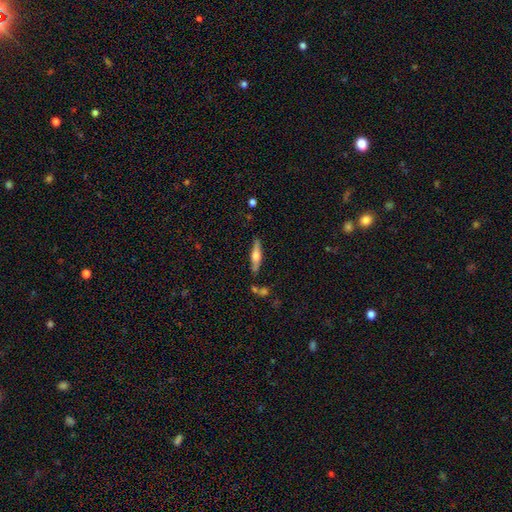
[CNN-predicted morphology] A featured or disk galaxy (50%).

Vote fractions:
- Smooth or featured? featured or disk: 50% / smooth: 44% / star or artifact: 6%
- Merging? none: 80% / minor disturbance: 12% / merger: 5% / major disturbance: 3%